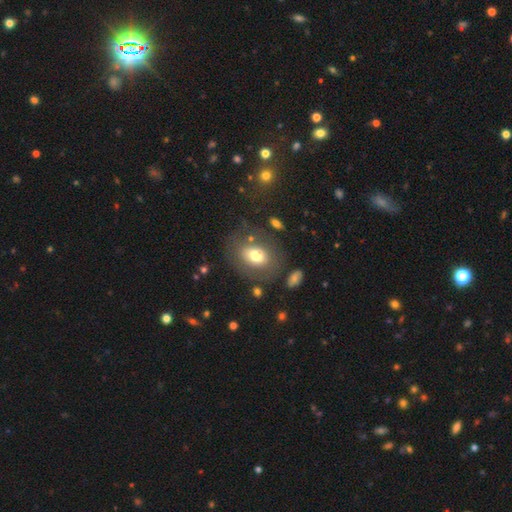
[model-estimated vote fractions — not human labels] A smooth galaxy with no disk features (64%) that is in between round and cigar-shaped (59%).

Vote fractions:
- Smooth or featured? smooth: 64% / featured or disk: 26% / star or artifact: 10%
- How rounded? in between: 59% / round: 39% / cigar-shaped: 1%
- Merging? none: 68% / minor disturbance: 16% / major disturbance: 11% / merger: 5%